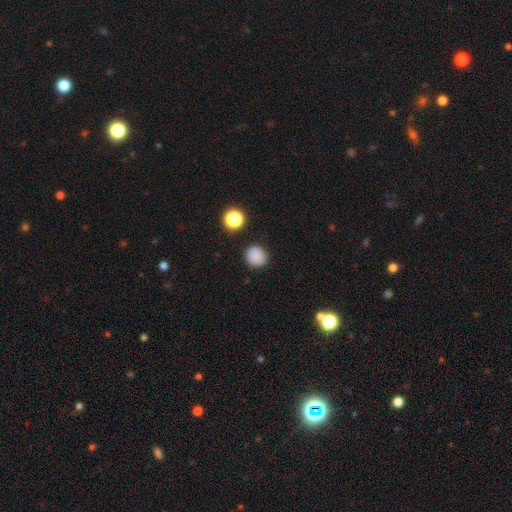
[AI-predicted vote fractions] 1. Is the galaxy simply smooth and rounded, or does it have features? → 84% smooth, 11% star or artifact, 4% featured or disk.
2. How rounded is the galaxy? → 91% round, 8% in between, 1% cigar-shaped.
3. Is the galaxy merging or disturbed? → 88% none, 8% minor disturbance, 2% major disturbance, 2% merger.